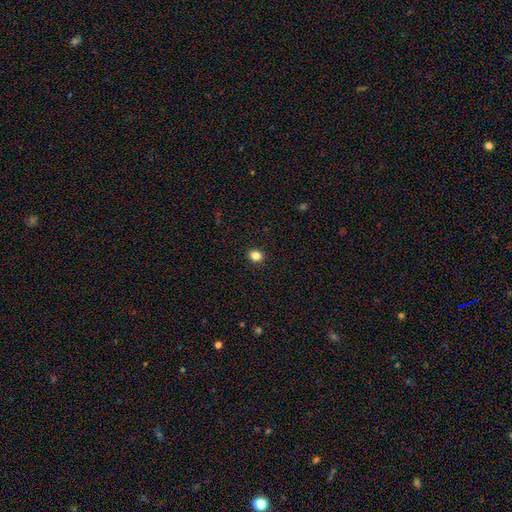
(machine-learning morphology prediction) This appears to be a smooth galaxy with no disk features (84%) that is round (59%). Merging: none (92%).